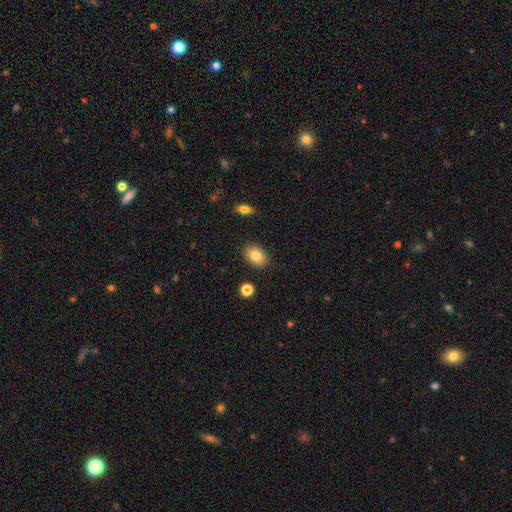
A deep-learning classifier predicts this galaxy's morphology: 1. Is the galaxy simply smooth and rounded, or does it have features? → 84% smooth, 8% featured or disk, 8% star or artifact.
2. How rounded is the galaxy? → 83% in between, 16% round, 1% cigar-shaped.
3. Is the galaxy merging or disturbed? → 87% none, 9% minor disturbance, 2% major disturbance, 2% merger.